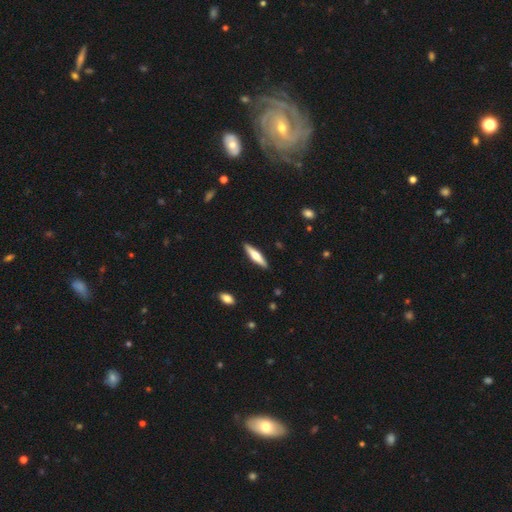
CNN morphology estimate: smooth 49%, featured or disk 46%, star or artifact 5%. Down the decision tree: merging — none (90%).